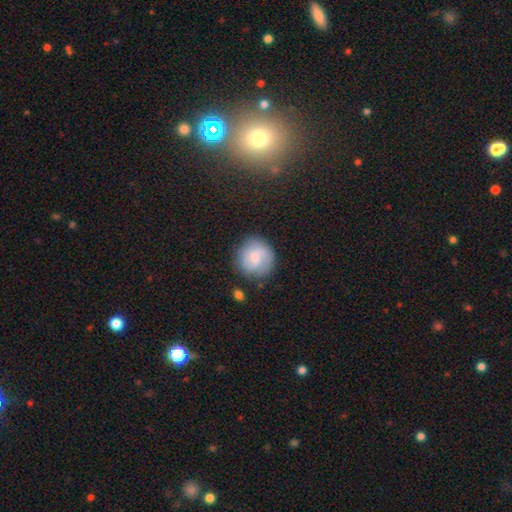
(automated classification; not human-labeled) This is possibly a featured or disk galaxy (55%). It is clearly not viewed edge-on (98%). Bar: possibly weak (51%). Spiral arm pattern: clearly yes (89%). Central bulge: possibly small (46%). Merging: likely none (76%).